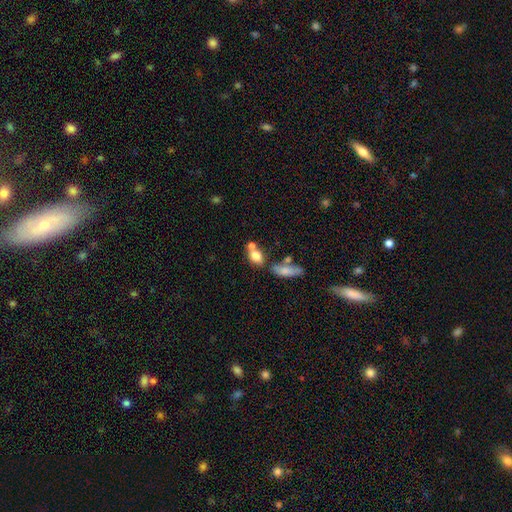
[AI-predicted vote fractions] smooth 76%, featured or disk 14%, star or artifact 10%. Down the decision tree: how rounded — in between (67%); merging — none (43%).